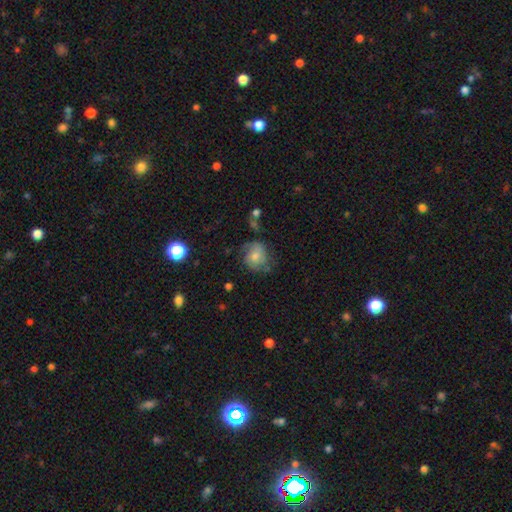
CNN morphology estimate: Smooth or featured: smooth — 50% (featured or disk — 41%)
Merging: none — 51% (minor disturbance — 27%)